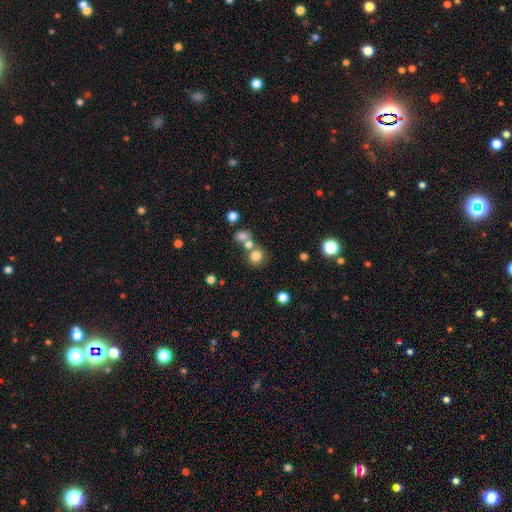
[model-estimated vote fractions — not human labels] Q: Smooth or featured?
A: smooth (77%); runner-up: star or artifact (14%)
Q: How rounded?
A: round (84%); runner-up: in between (15%)
Q: Merging?
A: none (55%); runner-up: merger (32%)